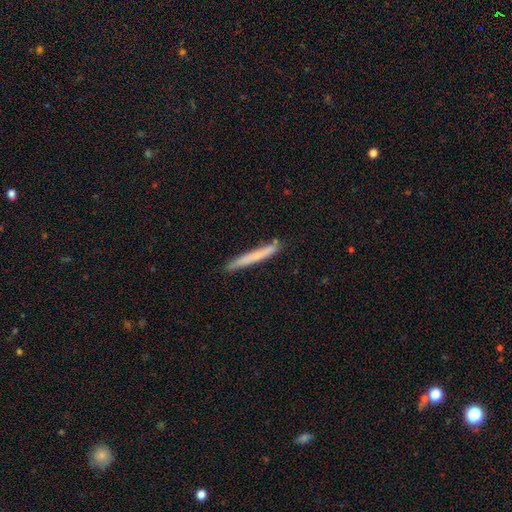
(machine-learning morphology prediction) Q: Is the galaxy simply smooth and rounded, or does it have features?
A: smooth — 61%.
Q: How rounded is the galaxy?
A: cigar-shaped — 97%.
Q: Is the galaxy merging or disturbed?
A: none — 84%.